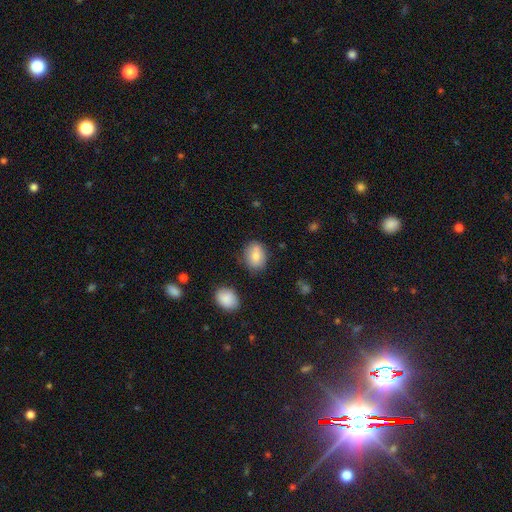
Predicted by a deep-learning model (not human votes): Smooth or featured: smooth — 80% (featured or disk — 12%)
How rounded: in between — 70% (round — 29%)
Merging: none — 78% (minor disturbance — 15%)